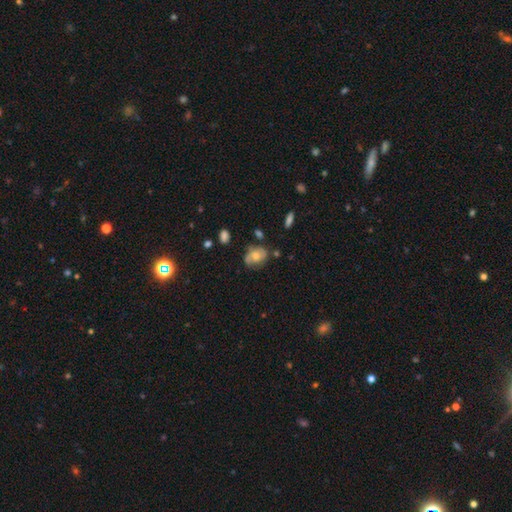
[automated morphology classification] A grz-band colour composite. It shows a smooth galaxy with no disk features (49%). Merging: none (56%).